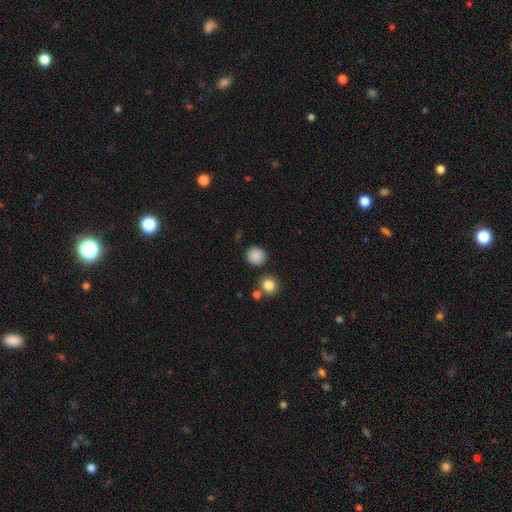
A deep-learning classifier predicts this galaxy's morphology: A smooth galaxy with no disk features (86%) that is round (89%).

Vote fractions:
- Smooth or featured? smooth: 86% / star or artifact: 10% / featured or disk: 3%
- How rounded? round: 89% / in between: 10% / cigar-shaped: 1%
- Merging? none: 84% / minor disturbance: 9% / merger: 4% / major disturbance: 3%